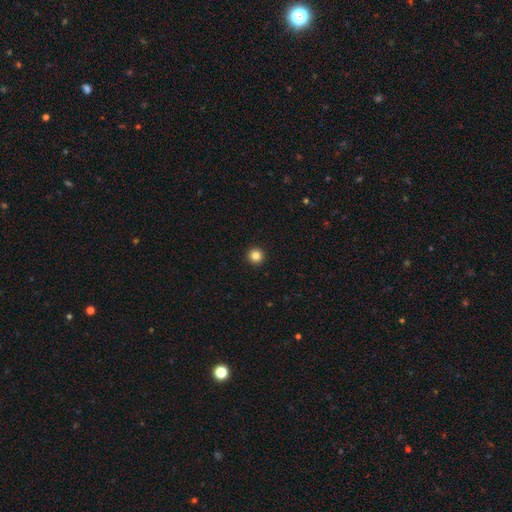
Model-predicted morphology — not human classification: Q: Smooth or featured?
A: smooth (85%); runner-up: star or artifact (11%)
Q: How rounded?
A: round (96%); runner-up: in between (3%)
Q: Merging?
A: none (94%); runner-up: minor disturbance (4%)